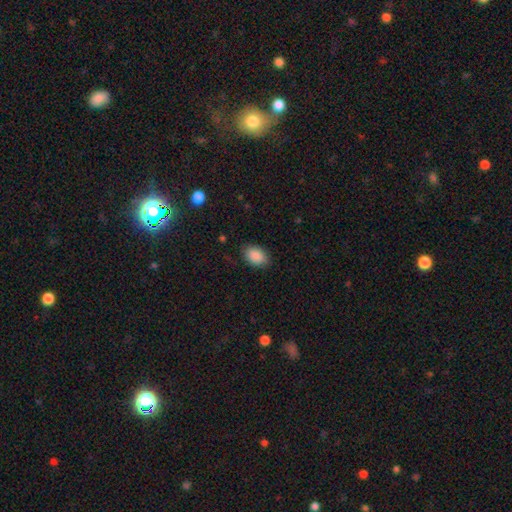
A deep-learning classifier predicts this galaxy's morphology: A smooth galaxy with no disk features (89%) that is in between round and cigar-shaped (87%). Merging: none (83%).